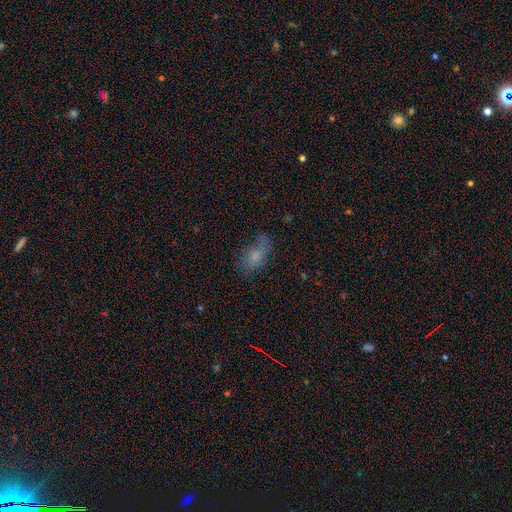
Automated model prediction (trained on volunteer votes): Overall: smooth (63%; featured or disk 24%). How rounded: in between (88%). Merging: none (55%; minor disturbance 28%).